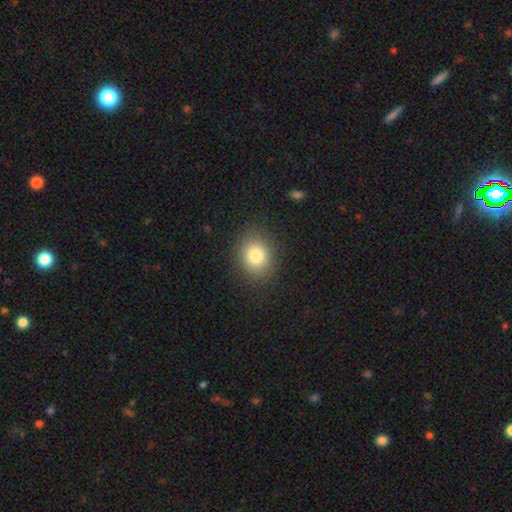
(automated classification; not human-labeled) A smooth galaxy with no disk features (81%) that is round (65%).

Vote fractions:
- Smooth or featured? smooth: 81% / star or artifact: 11% / featured or disk: 8%
- How rounded? round: 65% / in between: 34% / cigar-shaped: 1%
- Merging? none: 87% / minor disturbance: 9% / major disturbance: 3% / merger: 1%